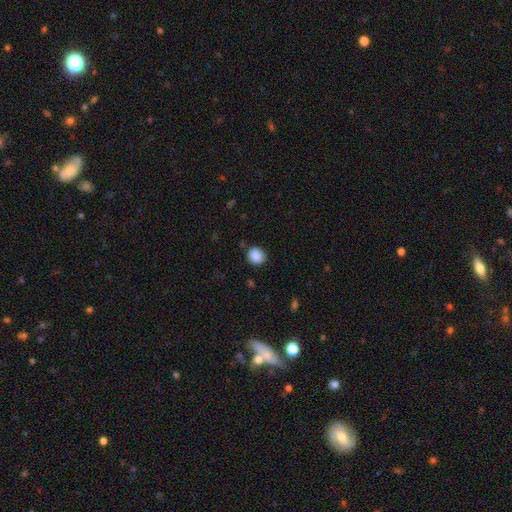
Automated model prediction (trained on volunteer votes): Overall: smooth (88%). How rounded: round (80%). Merging: none (84%).